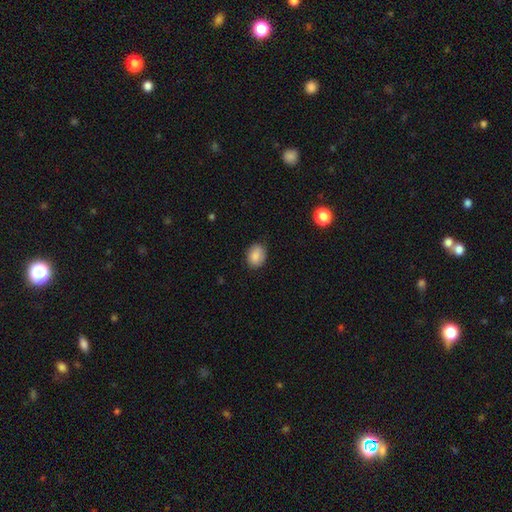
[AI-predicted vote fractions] Morphology: type=smooth (86%); roundness=in between (57%); merging=none (80%).